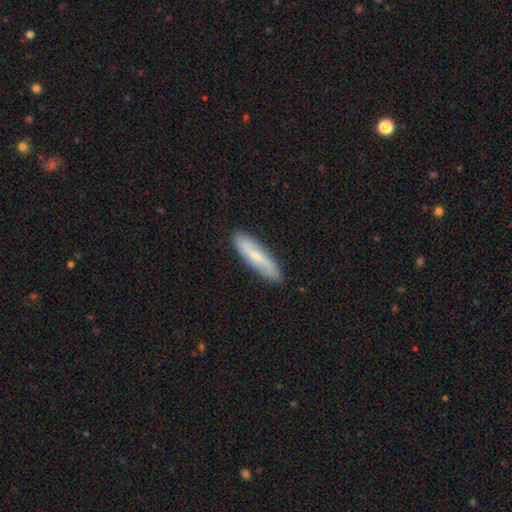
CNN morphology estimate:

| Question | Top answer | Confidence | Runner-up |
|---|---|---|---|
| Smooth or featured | featured or disk | 48% | smooth (47%) |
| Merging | none | 87% | minor disturbance (10%) |